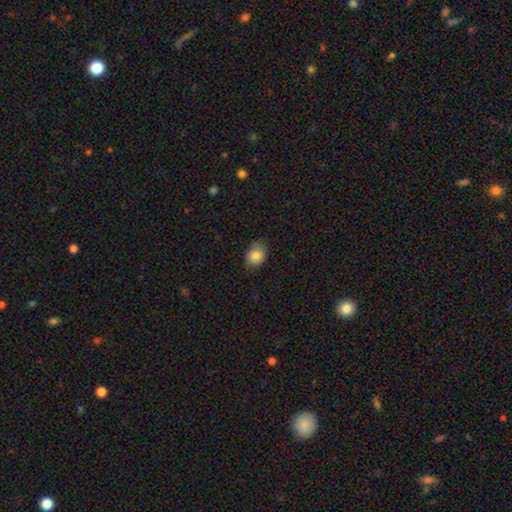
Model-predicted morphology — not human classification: Q: Smooth or featured?
A: smooth (85%); runner-up: star or artifact (9%)
Q: How rounded?
A: in between (62%); runner-up: round (37%)
Q: Merging?
A: none (74%); runner-up: minor disturbance (21%)